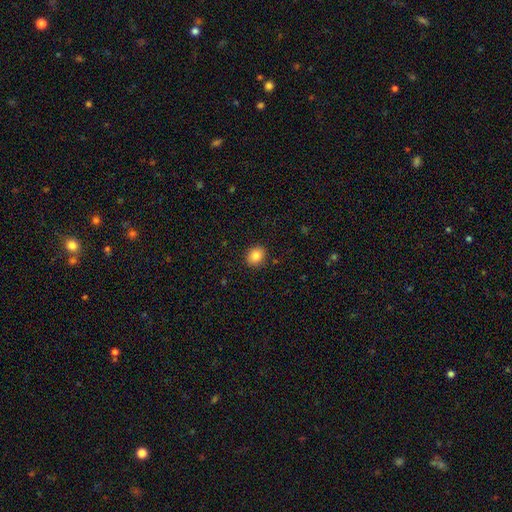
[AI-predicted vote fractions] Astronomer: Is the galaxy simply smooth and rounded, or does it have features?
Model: smooth — 85%.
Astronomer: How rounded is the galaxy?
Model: round — 58% (runner-up: in between, 41%).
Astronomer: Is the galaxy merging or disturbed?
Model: none — 90%.